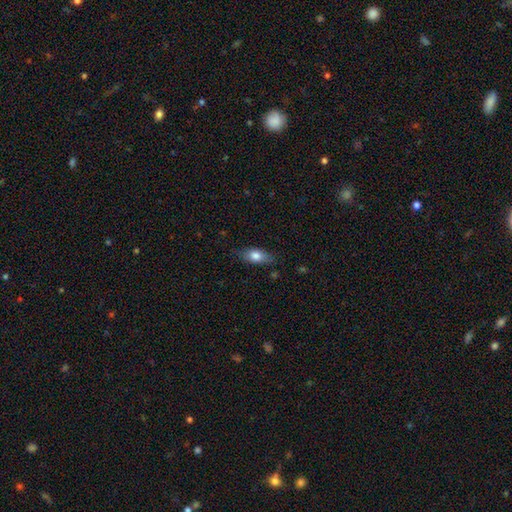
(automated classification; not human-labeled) Smooth or featured? smooth (76%)
How rounded? in between (81%)
Merging? none (77%)